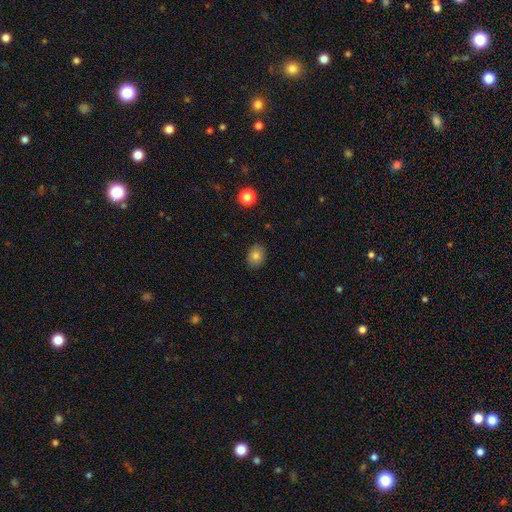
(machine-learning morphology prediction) smooth 81%, star or artifact 11%, featured or disk 8%. Down the decision tree: how rounded — round (55%); merging — none (87%).